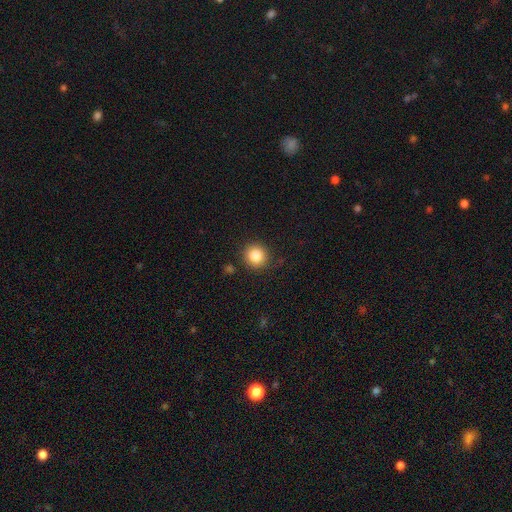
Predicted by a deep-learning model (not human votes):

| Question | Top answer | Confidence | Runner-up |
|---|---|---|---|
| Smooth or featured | smooth | 84% | star or artifact (10%) |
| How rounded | round | 92% | in between (7%) |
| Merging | none | 87% | minor disturbance (8%) |